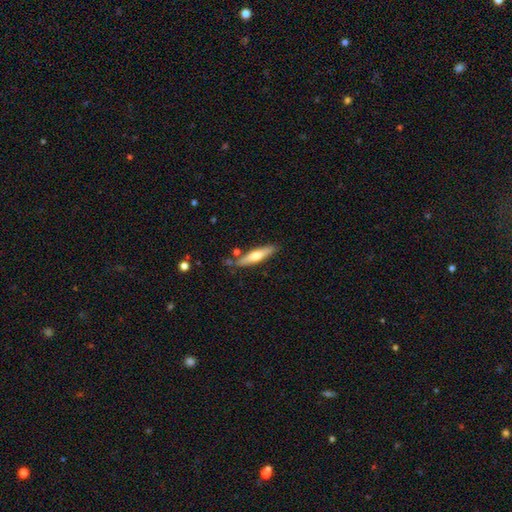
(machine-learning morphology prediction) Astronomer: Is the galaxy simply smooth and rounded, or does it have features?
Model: smooth — 52% (runner-up: featured or disk, 43%).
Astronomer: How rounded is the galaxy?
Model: cigar-shaped — 81%.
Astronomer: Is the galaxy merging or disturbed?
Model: none — 79%.